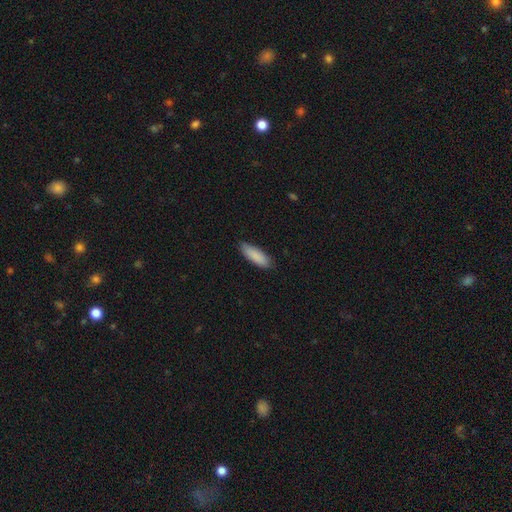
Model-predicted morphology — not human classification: A smooth galaxy with no disk features (89%) that is in between round and cigar-shaped (54%).

Vote fractions:
- Smooth or featured? smooth: 89% / featured or disk: 6% / star or artifact: 6%
- How rounded? in between: 54% / cigar-shaped: 44% / round: 1%
- Merging? none: 81% / minor disturbance: 16% / major disturbance: 2% / merger: 1%